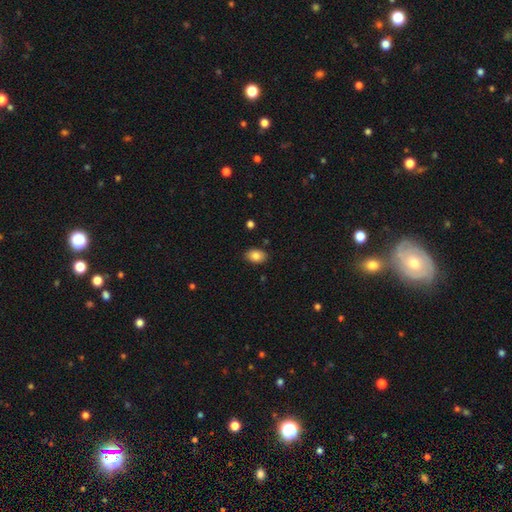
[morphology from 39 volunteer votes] A smooth galaxy with no disk features (90%) that is in between round and cigar-shaped (80%). Merging: none (81%).